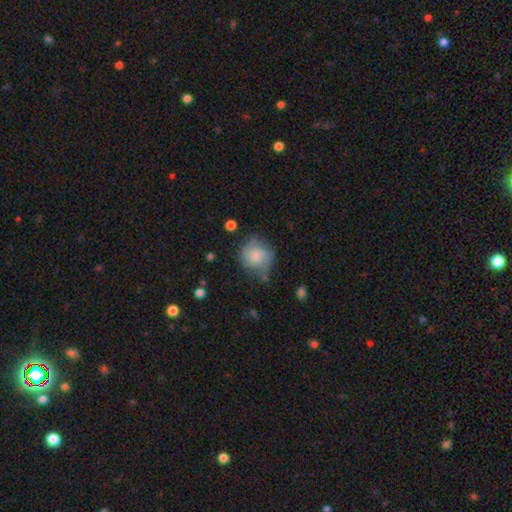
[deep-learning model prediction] Q: Smooth or featured?
A: smooth (51%); runner-up: featured or disk (41%)
Q: How rounded?
A: round (78%); runner-up: in between (21%)
Q: Merging?
A: none (49%); runner-up: minor disturbance (30%)